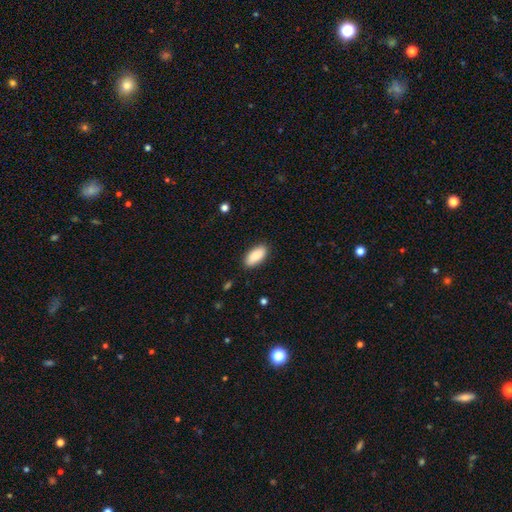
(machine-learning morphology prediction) Smooth or featured? smooth (88%)
How rounded? in between (90%)
Merging? none (88%)